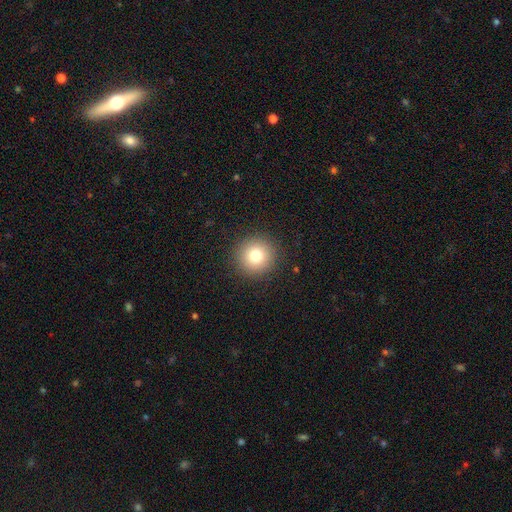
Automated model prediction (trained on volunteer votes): smooth-or-featured: smooth: 78% | star or artifact: 12% | featured or disk: 10%
  how-rounded: round: 95% | in between: 4% | cigar-shaped: 1%
  merging: none: 92% | minor disturbance: 5% | major disturbance: 2% | merger: 1%